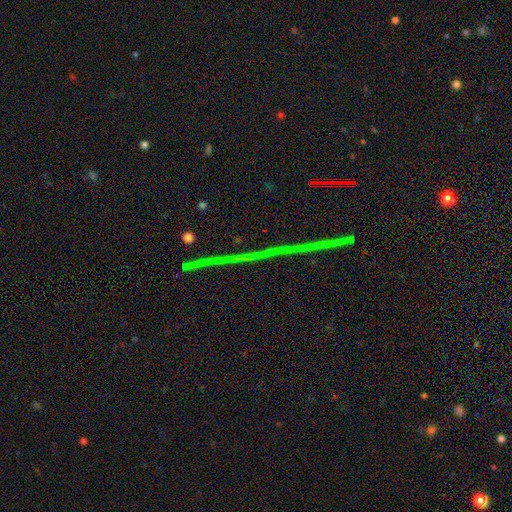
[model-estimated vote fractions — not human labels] The model was most divided on "smooth or featured": star or artifact: 76%, featured or disk: 15%, smooth: 10%.